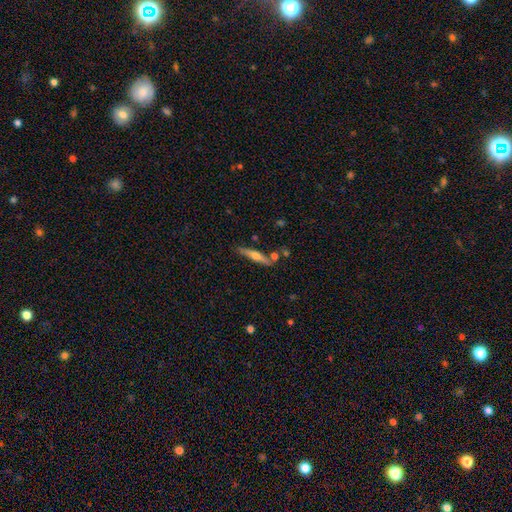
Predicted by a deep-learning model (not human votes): Smooth or featured? featured or disk (53%)
Edge-on disk? yes (94%)
Merging? none (78%)